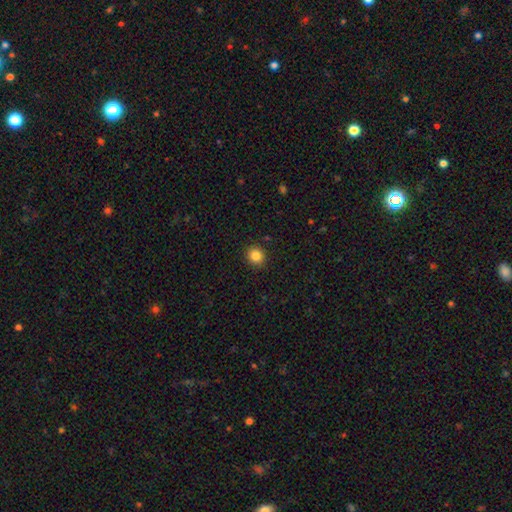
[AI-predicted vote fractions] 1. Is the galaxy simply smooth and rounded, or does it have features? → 85% smooth, 11% star or artifact, 5% featured or disk.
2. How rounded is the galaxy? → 87% round, 13% in between, 1% cigar-shaped.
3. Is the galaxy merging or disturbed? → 91% none, 6% minor disturbance, 2% major disturbance, 1% merger.